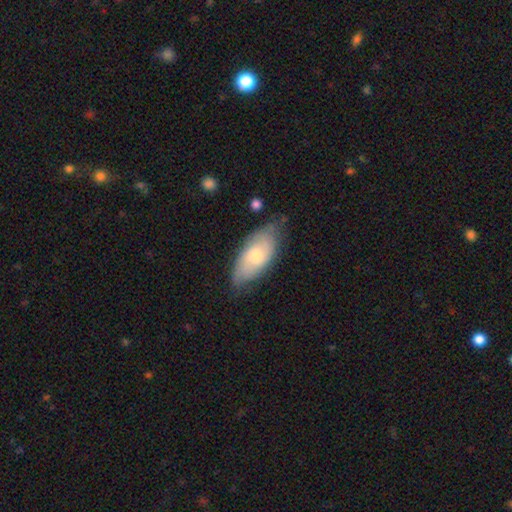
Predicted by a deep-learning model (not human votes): This is possibly a smooth galaxy (55%). How rounded: clearly in between (87%). Merging: likely none (64%).